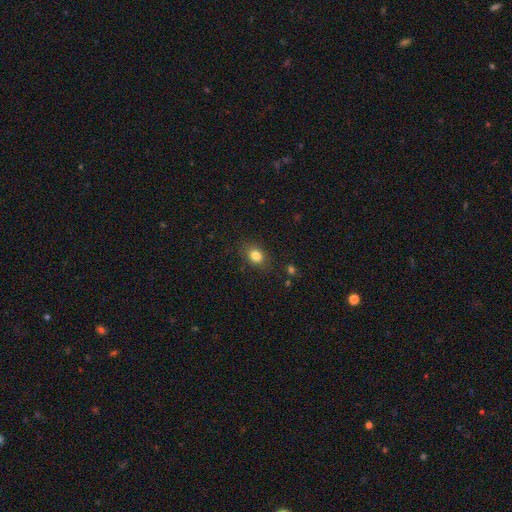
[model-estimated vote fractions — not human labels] A smooth galaxy with no disk features (82%) that is in between round and cigar-shaped (59%). Merging: none (84%).